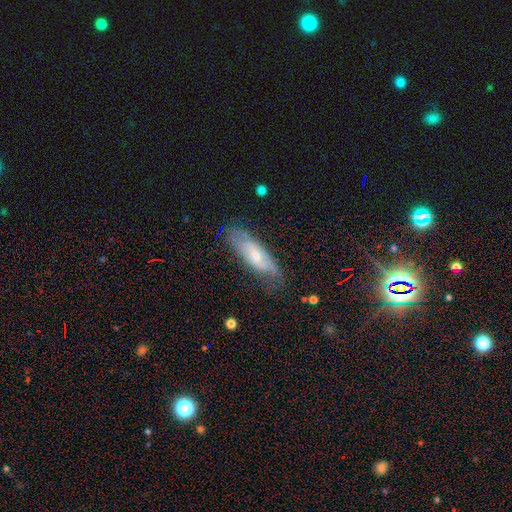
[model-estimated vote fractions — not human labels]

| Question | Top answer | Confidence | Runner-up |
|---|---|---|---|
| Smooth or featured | featured or disk | 55% | smooth (38%) |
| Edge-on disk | no | 70% | yes (30%) |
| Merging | none | 67% | minor disturbance (23%) |